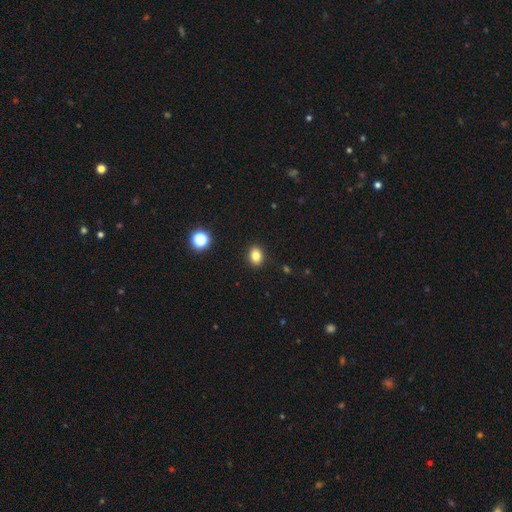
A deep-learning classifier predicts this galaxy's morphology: Smooth or featured: smooth — 82% (star or artifact — 12%)
How rounded: in between — 59% (round — 40%)
Merging: none — 90% (minor disturbance — 7%)